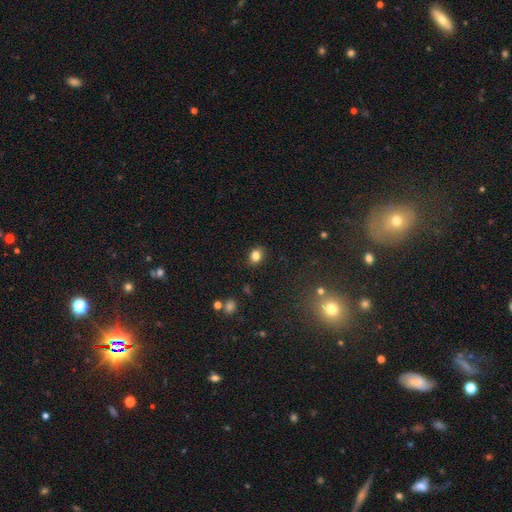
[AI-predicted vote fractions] smooth 82%, star or artifact 12%, featured or disk 7%. Down the decision tree: how rounded — in between (50%); merging — none (86%).